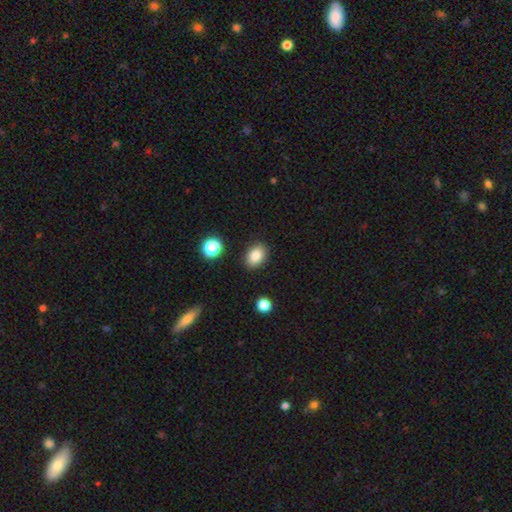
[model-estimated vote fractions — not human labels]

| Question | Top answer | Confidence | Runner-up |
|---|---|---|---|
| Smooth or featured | smooth | 83% | star or artifact (10%) |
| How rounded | in between | 74% | round (25%) |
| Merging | none | 88% | minor disturbance (8%) |